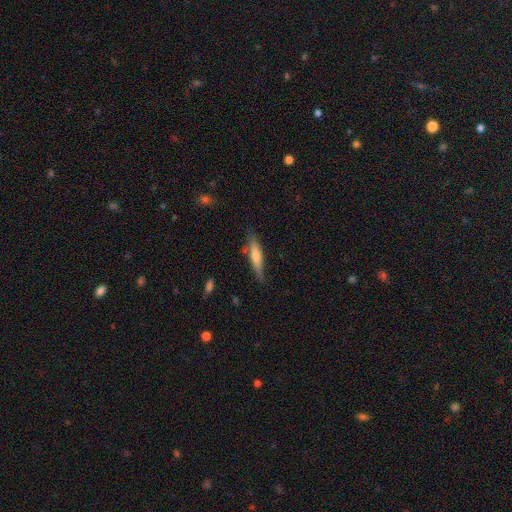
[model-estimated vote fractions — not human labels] smooth_or_featured: smooth (p=0.55) [alt: featured or disk p=0.39]
how_rounded: cigar-shaped (p=0.82) [alt: in between p=0.16]
merging: none (p=0.72) [alt: minor disturbance p=0.21]